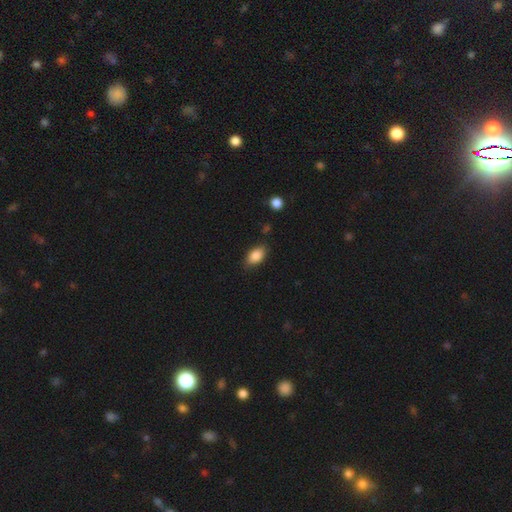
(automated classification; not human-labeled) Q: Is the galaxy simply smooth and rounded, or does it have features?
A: smooth — 85%.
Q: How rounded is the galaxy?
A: in between — 90%.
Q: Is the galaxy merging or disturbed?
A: none — 81%.